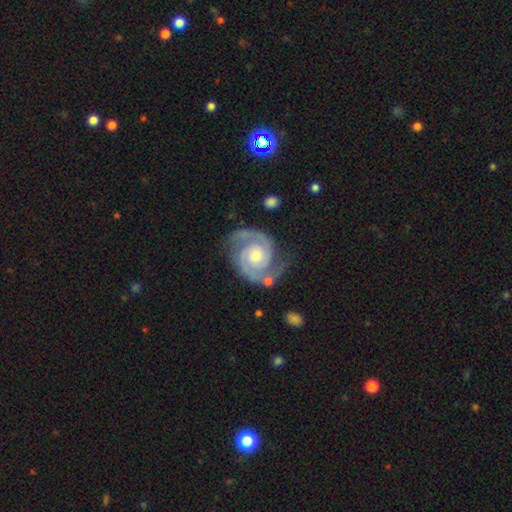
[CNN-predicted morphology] A featured or disk galaxy (93%) with no bar (68%), 2 (93%) tight (54%) spiral arms (99%) and a moderate central bulge (64%).

Vote fractions:
- Smooth or featured? featured or disk: 93% / star or artifact: 4% / smooth: 3%
- Edge-on disk? no: 98% / yes: 2%
- Bar? no: 68% / weak: 26% / strong: 7%
- Spiral arms? yes: 99% / no: 1%
- Spiral winding? tight: 54% / medium: 41% / loose: 5%
- Spiral arm count? 2: 93% / 3: 2% / can't tell: 2% / 1: 1% / 4: 1% / more than 4: 1%
- Bulge size? moderate: 64% / small: 25% / large: 7% / none: 2% / dominant: 1%
- Merging? none: 78% / minor disturbance: 15% / major disturbance: 5% / merger: 3%